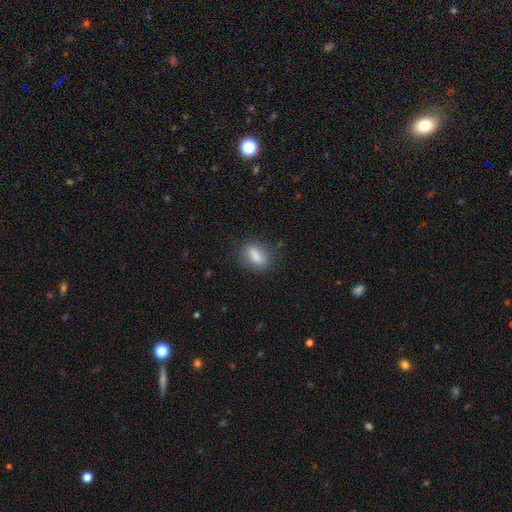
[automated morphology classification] A smooth galaxy with no disk features (80%) that is in between round and cigar-shaped (71%). Merging: none (78%).